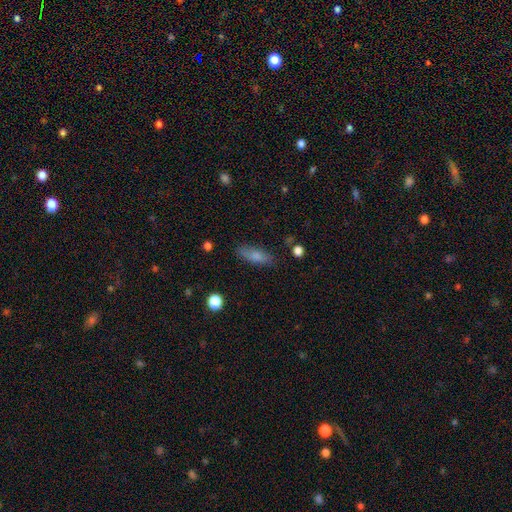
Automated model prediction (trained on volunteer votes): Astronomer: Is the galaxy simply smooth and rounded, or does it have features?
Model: smooth — 78%.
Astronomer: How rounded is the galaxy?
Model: in between — 64%.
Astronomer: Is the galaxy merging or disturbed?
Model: none — 80%.